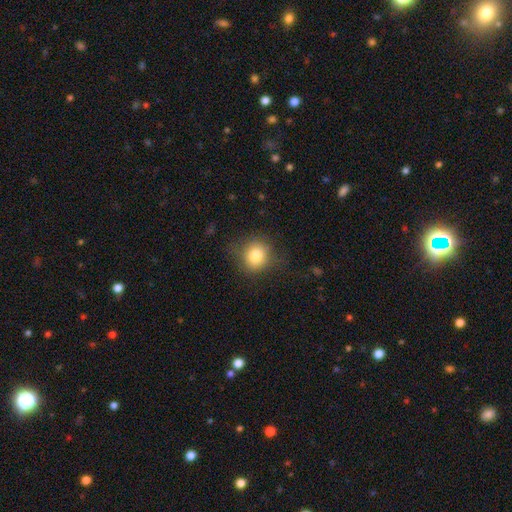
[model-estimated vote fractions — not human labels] Smooth or featured?
  - smooth: 80% *
  - star or artifact: 11%
  - featured or disk: 9%
How rounded?
  - round: 82% *
  - in between: 17%
  - cigar-shaped: 1%
Merging?
  - none: 75% *
  - minor disturbance: 17%
  - major disturbance: 7%
  - merger: 1%